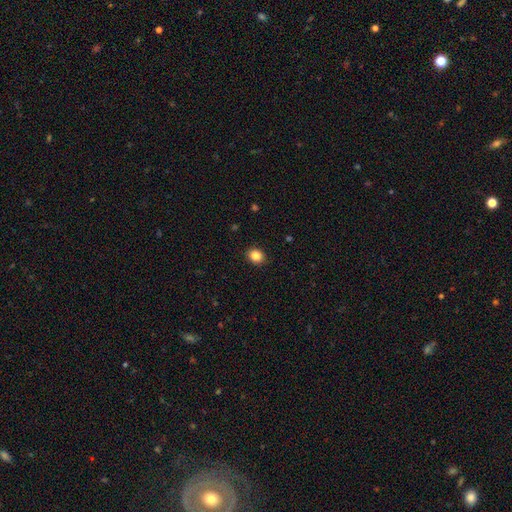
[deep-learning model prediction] Q: Smooth or featured?
A: smooth (85%); runner-up: star or artifact (10%)
Q: How rounded?
A: round (68%); runner-up: in between (31%)
Q: Merging?
A: none (91%); runner-up: minor disturbance (6%)